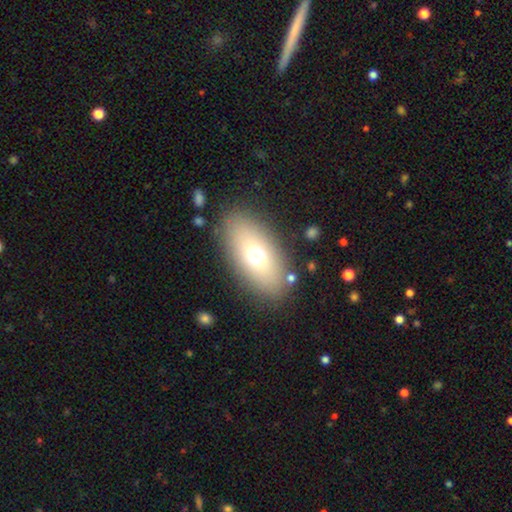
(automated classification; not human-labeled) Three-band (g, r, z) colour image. It shows a smooth galaxy with no disk features (67%) that is in between round and cigar-shaped (86%). Merging: none (84%).